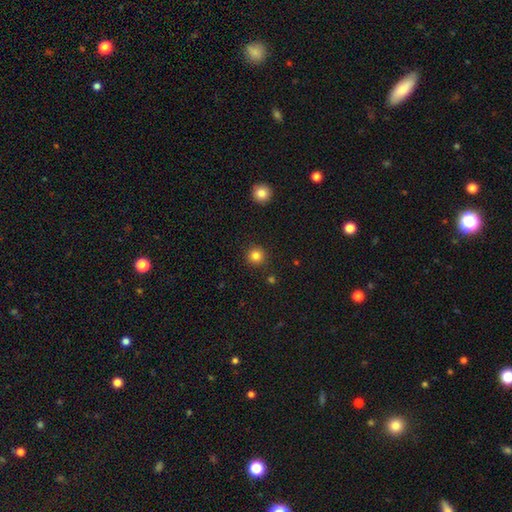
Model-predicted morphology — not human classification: The model was most divided on "smooth or featured": smooth: 83%, star or artifact: 12%, featured or disk: 5%. More confident: how rounded — round (95%); merging — none (91%).